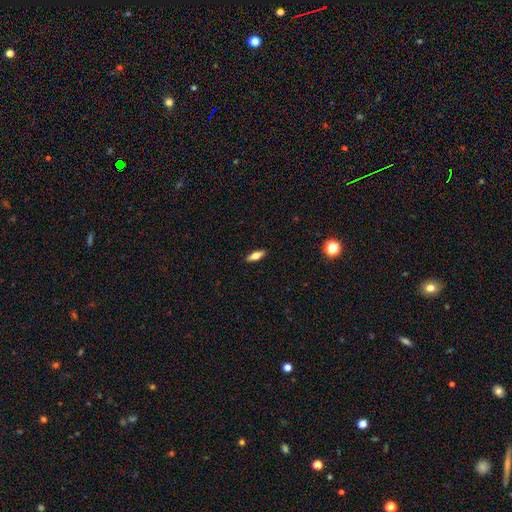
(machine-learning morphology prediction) Q: Smooth or featured?
A: smooth (60%); runner-up: featured or disk (33%)
Q: How rounded?
A: in between (62%); runner-up: cigar-shaped (35%)
Q: Merging?
A: none (89%); runner-up: minor disturbance (8%)